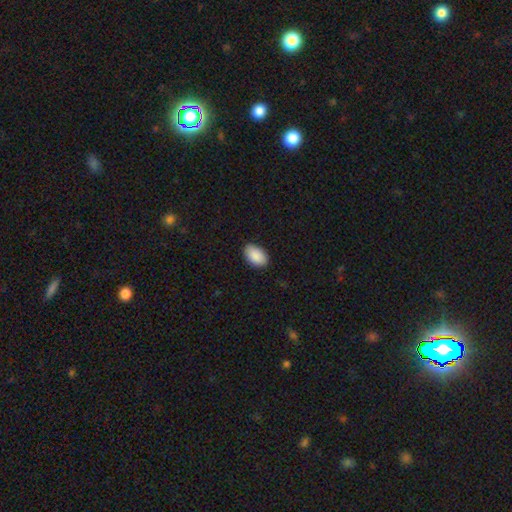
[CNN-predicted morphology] Smooth or featured? Predicted: smooth (p=0.91). How rounded? Predicted: in between (p=0.93). Merging? Predicted: none (p=0.87).